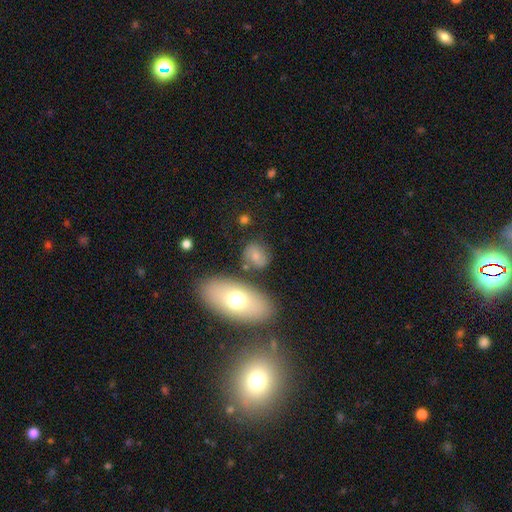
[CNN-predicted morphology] This appears to be a smooth galaxy with no disk features (67%) that is round (49%). Merging: none (73%).